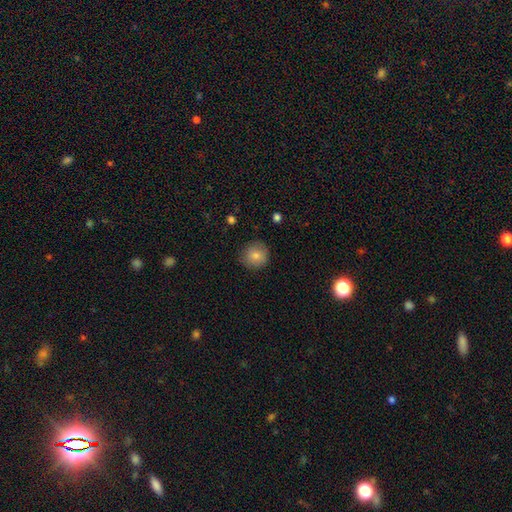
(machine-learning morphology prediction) Overall: smooth (82%). How rounded: round (93%). Merging: none (86%).